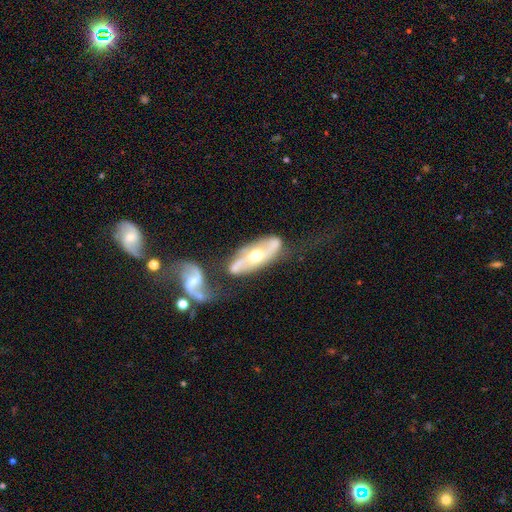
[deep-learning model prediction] Smooth or featured? Predicted: featured or disk (p=0.78). Edge-on disk? Predicted: no (p=0.84). Bar? Predicted: no (p=0.50). Spiral arms? Predicted: yes (p=0.82). Spiral winding? Predicted: loose (p=0.44). Spiral arm count? Predicted: 2 (p=0.85). Bulge size? Predicted: moderate (p=0.74). Merging? Predicted: none (p=0.44).